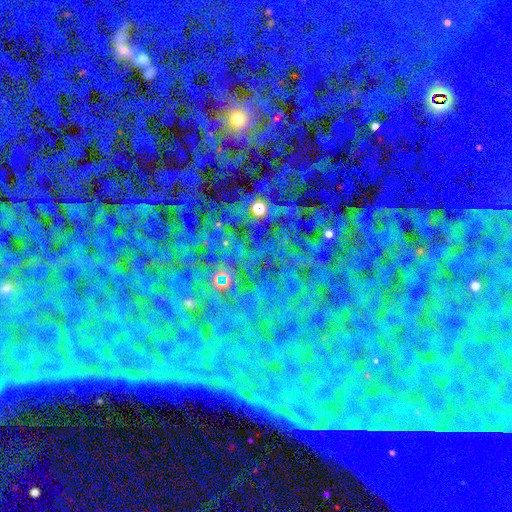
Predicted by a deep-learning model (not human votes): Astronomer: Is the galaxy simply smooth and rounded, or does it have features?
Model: star or artifact — 86%.